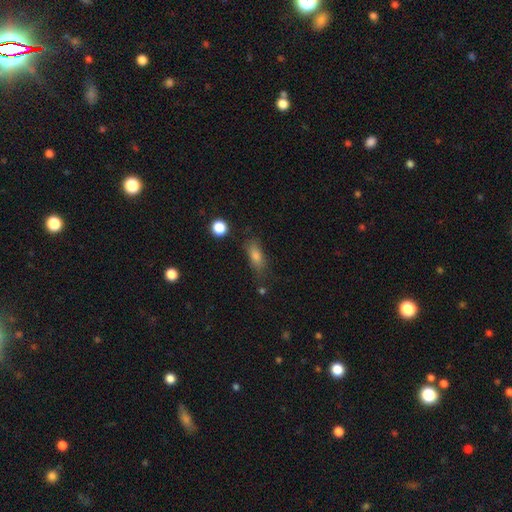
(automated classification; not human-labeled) smooth 74%, featured or disk 14%, star or artifact 13%. Down the decision tree: how rounded — in between (63%); merging — none (74%).